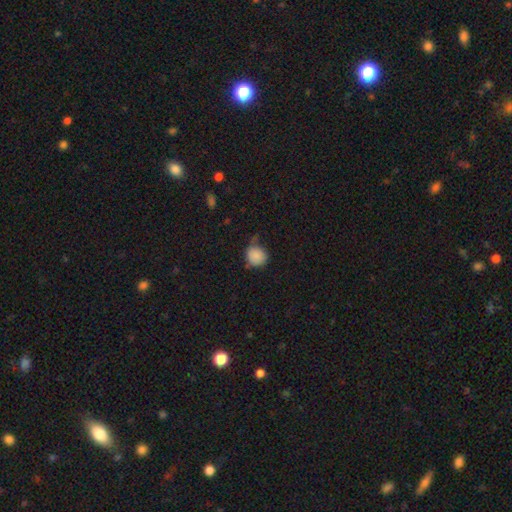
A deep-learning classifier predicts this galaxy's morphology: This appears to be a smooth galaxy with no disk features (86%) that is round (85%). Merging: none (51%).